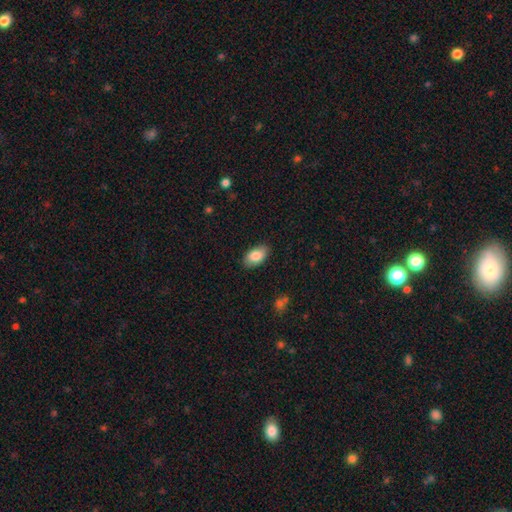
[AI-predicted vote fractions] Smooth or featured? smooth (84%)
How rounded? in between (94%)
Merging? none (86%)